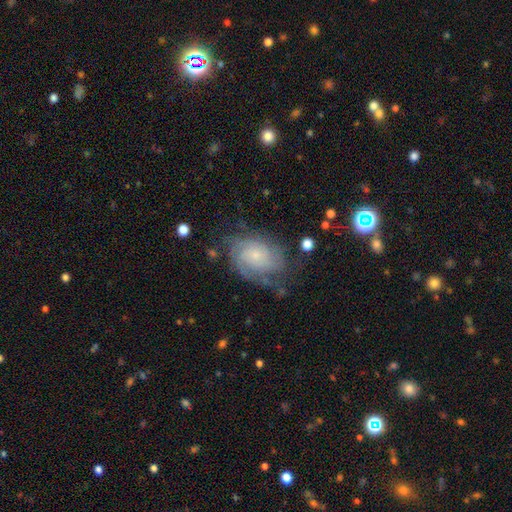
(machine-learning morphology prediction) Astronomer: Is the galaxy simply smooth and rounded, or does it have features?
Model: featured or disk — 72%.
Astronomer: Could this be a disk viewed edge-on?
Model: no — 97%.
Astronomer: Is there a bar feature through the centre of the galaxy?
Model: no — 76%.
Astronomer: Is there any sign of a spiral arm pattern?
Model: yes — 91%.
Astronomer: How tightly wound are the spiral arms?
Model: tight — 59%.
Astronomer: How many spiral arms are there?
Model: can't tell — 45%.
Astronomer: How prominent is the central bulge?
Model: small — 72%.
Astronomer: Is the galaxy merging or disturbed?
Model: none — 62%.